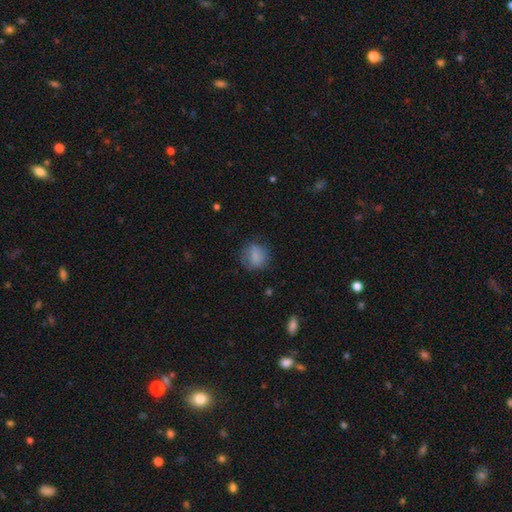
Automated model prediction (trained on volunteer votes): Morphology: type=smooth (80%); roundness=round (77%); merging=none (74%).